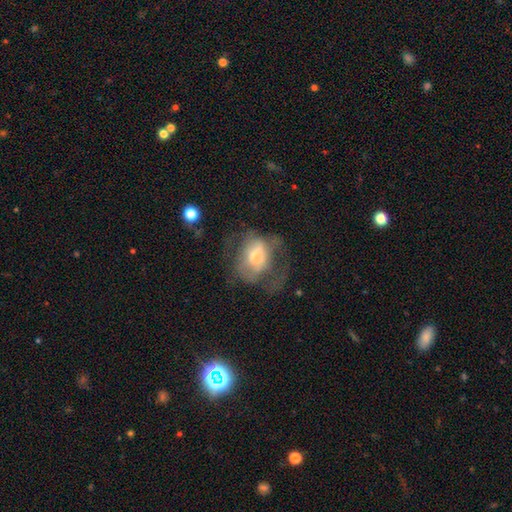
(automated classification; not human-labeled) The model was most divided on "smooth or featured": featured or disk: 48%, smooth: 42%, star or artifact: 10%. Remaining: merging — major disturbance (44%).